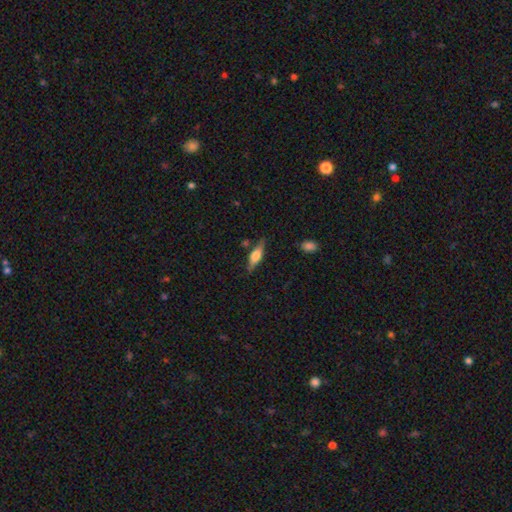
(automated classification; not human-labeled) smooth_or_featured: featured or disk (p=0.56) [alt: smooth p=0.38]
disk_edge_on: yes (p=0.94) [alt: no p=0.06]
edge_on_bulge: rounded (p=0.85) [alt: boxy p=0.13]
merging: none (p=0.80) [alt: minor disturbance p=0.13]